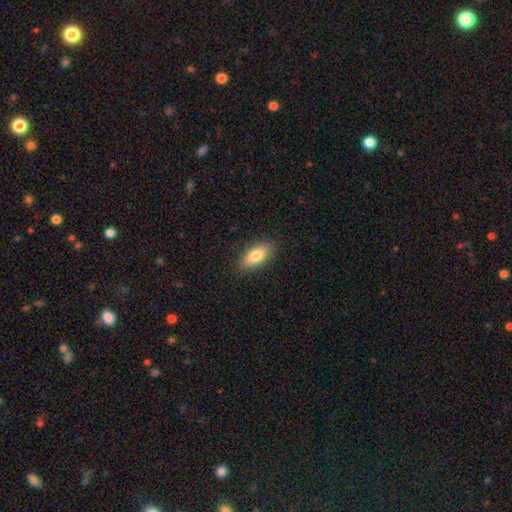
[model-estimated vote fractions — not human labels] This is clearly a smooth galaxy (83%). How rounded: clearly in between (88%). Merging: clearly none (87%).